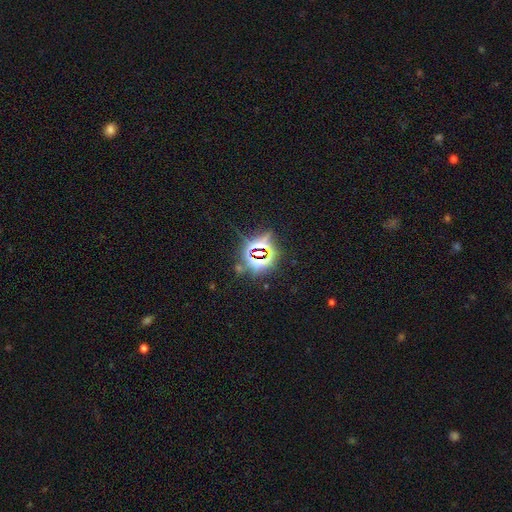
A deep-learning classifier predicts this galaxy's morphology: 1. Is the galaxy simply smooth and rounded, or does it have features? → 80% star or artifact, 12% smooth, 8% featured or disk.